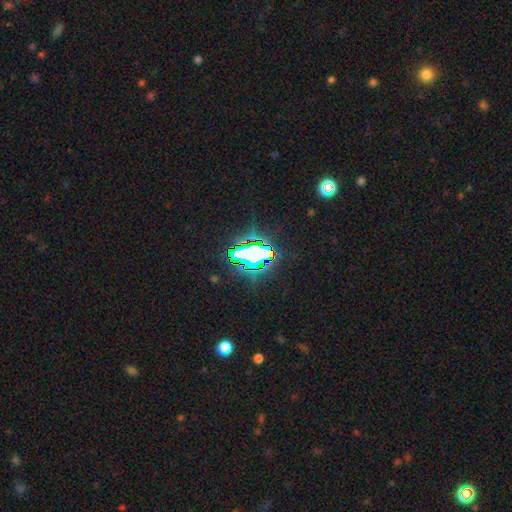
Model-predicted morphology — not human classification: This is likely a star or artifact rather than a galaxy (66%).